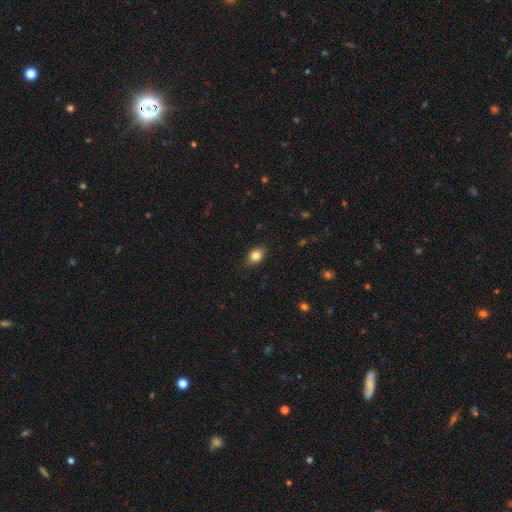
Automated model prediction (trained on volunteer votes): Smooth or featured? Predicted: smooth (p=0.81). How rounded? Predicted: in between (p=0.69). Merging? Predicted: none (p=0.82).